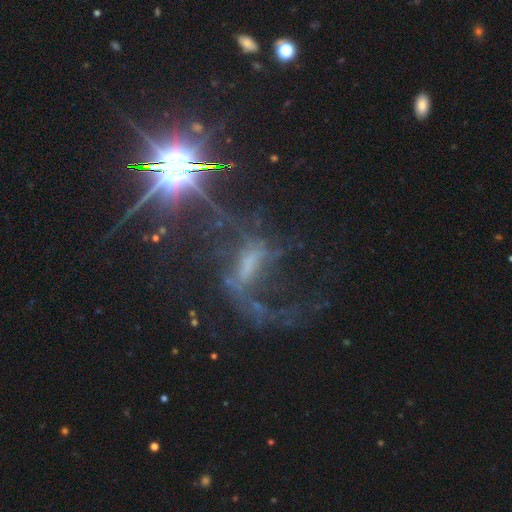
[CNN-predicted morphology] Smooth or featured? featured or disk (59%)
Edge-on disk? no (87%)
Bar? strong (42%)
Spiral arms? yes (69%)
Bulge size? none (45%)
Merging? major disturbance (44%)